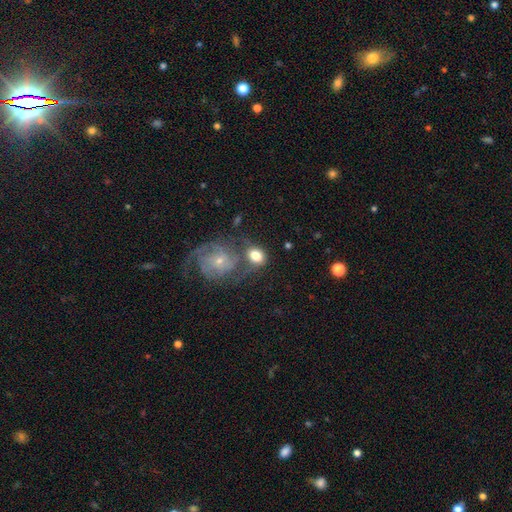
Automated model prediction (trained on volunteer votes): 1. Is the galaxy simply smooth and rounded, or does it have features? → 66% smooth, 26% featured or disk, 8% star or artifact.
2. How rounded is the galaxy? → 50% in between, 49% round, 1% cigar-shaped.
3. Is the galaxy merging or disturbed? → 43% none, 29% merger, 17% minor disturbance, 11% major disturbance.